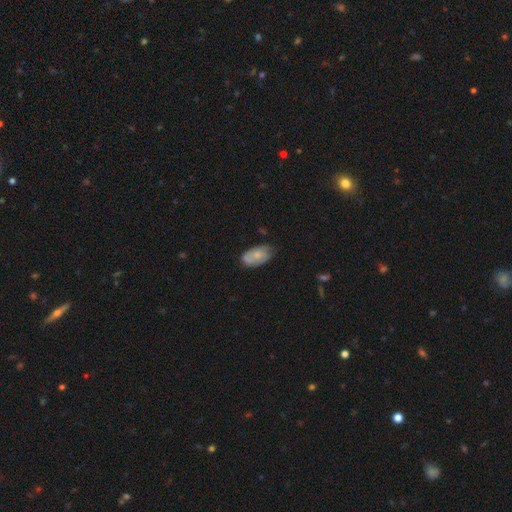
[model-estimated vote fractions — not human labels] The model was most divided on "merging": none: 59%, minor disturbance: 32%, major disturbance: 6%, merger: 3%. More confident: how rounded — in between (93%); smooth or featured — smooth (63%).